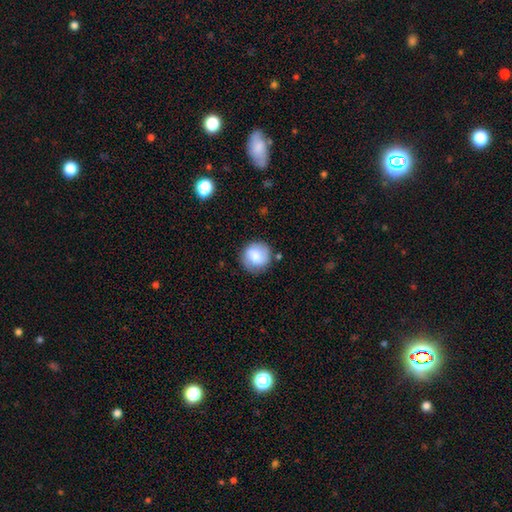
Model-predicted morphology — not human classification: This appears to be a smooth galaxy with no disk features (66%) that is round (90%). Merging: none (79%).